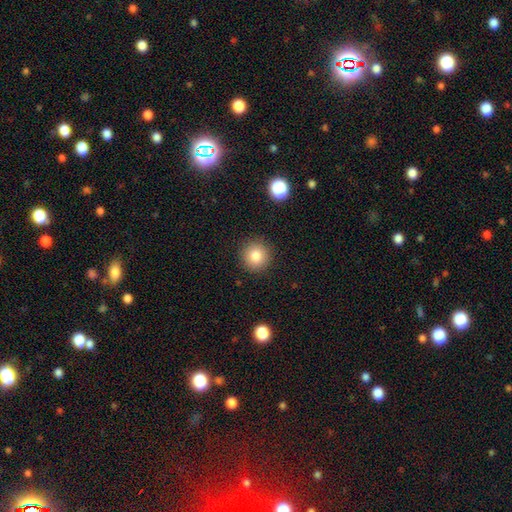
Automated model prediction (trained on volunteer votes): Morphology: type=smooth (82%); roundness=round (94%); merging=none (91%).